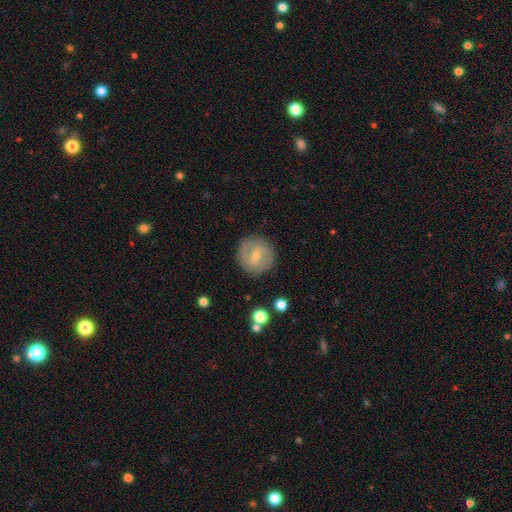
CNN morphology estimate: The model was most divided on "bulge size": small: 52%, moderate: 44%, none: 2%, large: 1%, dominant: 1%. Remaining: edge-on disk — no (97%); merging — none (83%); spiral arms — yes (80%); smooth or featured — featured or disk (59%); bar — weak (49%).